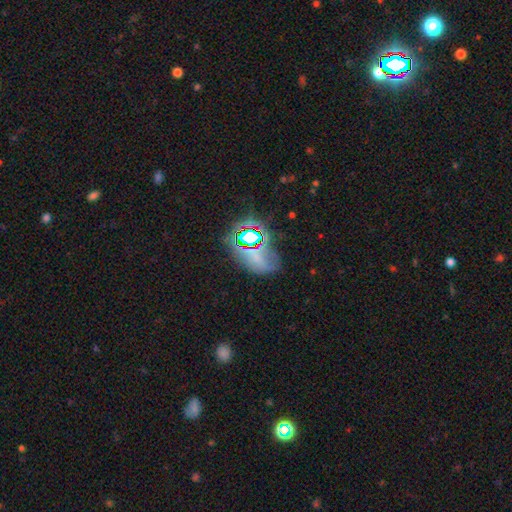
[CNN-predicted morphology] Smooth or featured? star or artifact (47%)